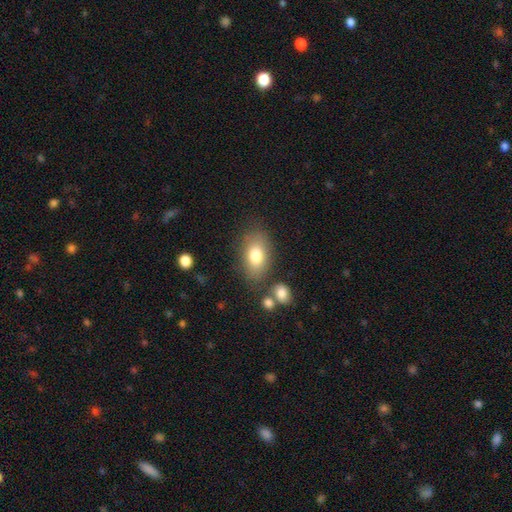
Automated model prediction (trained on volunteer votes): This is likely a smooth galaxy (78%). How rounded: clearly in between (88%). Merging: likely none (75%).